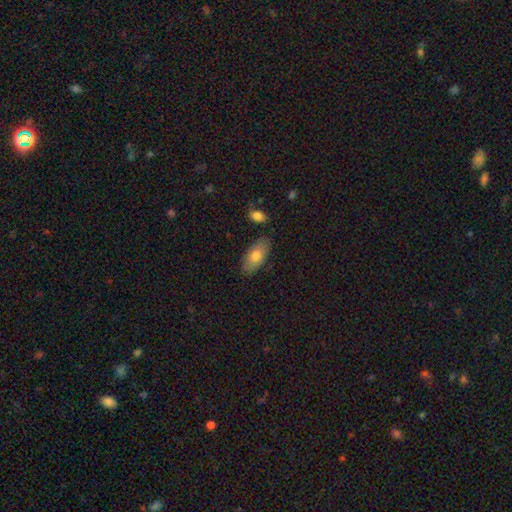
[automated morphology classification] Q: Smooth or featured?
A: smooth (75%); runner-up: featured or disk (19%)
Q: How rounded?
A: in between (90%); runner-up: cigar-shaped (7%)
Q: Merging?
A: none (83%); runner-up: minor disturbance (12%)